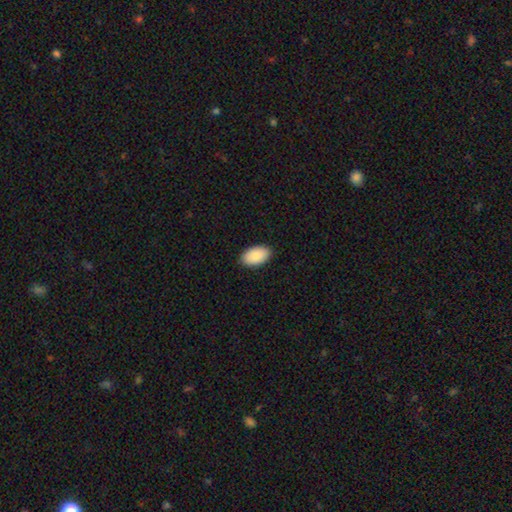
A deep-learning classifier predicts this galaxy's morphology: smooth 89%, star or artifact 6%, featured or disk 5%. Down the decision tree: how rounded — in between (95%); merging — none (89%).